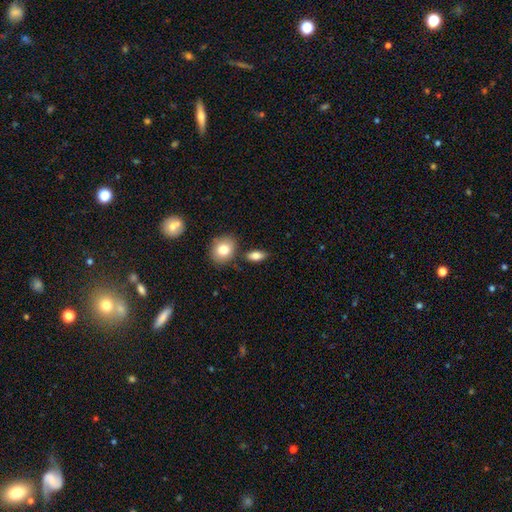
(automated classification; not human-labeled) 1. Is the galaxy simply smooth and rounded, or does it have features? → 82% smooth, 10% featured or disk, 7% star or artifact.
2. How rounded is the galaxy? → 85% in between, 10% round, 6% cigar-shaped.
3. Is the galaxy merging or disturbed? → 78% none, 12% minor disturbance, 7% merger, 3% major disturbance.